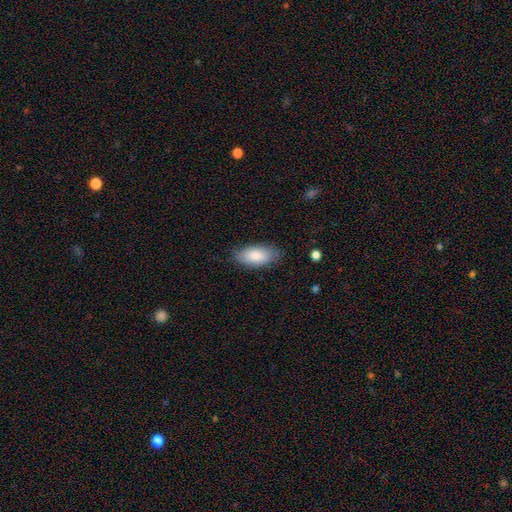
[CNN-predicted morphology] smooth-or-featured: smooth: 83% | featured or disk: 11% | star or artifact: 6%
  how-rounded: in between: 92% | cigar-shaped: 6% | round: 2%
  merging: none: 79% | minor disturbance: 16% | major disturbance: 3% | merger: 1%